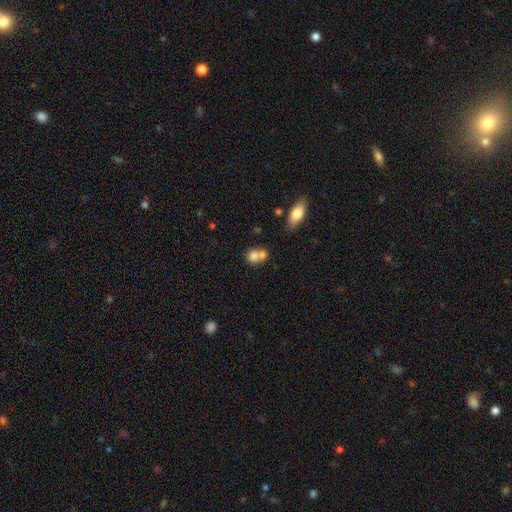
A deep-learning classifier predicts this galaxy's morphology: A smooth galaxy with no disk features (76%) that is round (58%).

Vote fractions:
- Smooth or featured? smooth: 76% / featured or disk: 15% / star or artifact: 9%
- How rounded? round: 58% / in between: 40% / cigar-shaped: 2%
- Merging? merger: 55% / none: 30% / minor disturbance: 10% / major disturbance: 5%